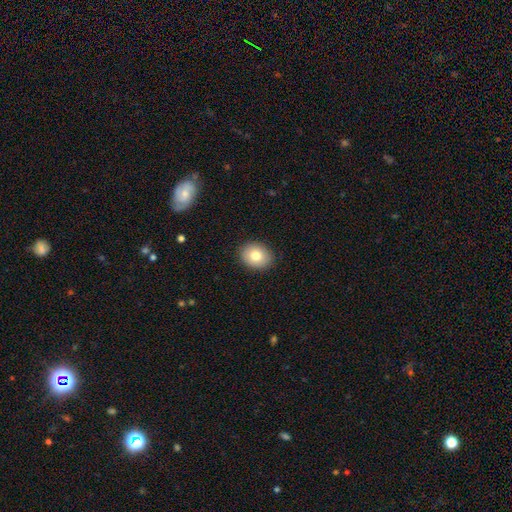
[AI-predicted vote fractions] A smooth galaxy with no disk features (80%) that is round (56%).

Vote fractions:
- Smooth or featured? smooth: 80% / featured or disk: 12% / star or artifact: 9%
- How rounded? round: 56% / in between: 43% / cigar-shaped: 1%
- Merging? none: 89% / minor disturbance: 8% / major disturbance: 2% / merger: 1%